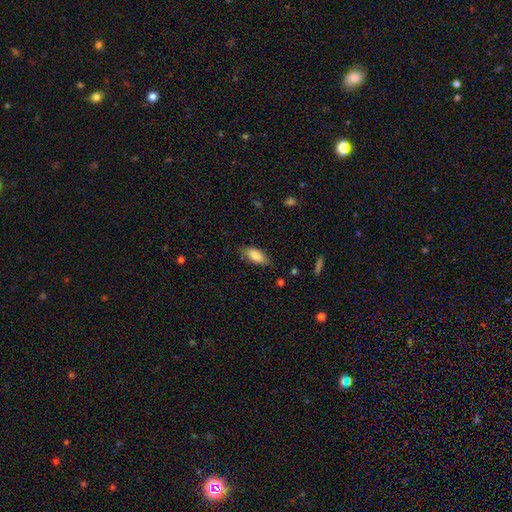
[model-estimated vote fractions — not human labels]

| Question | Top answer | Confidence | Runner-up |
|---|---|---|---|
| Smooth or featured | smooth | 82% | featured or disk (11%) |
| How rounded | in between | 81% | cigar-shaped (17%) |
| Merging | none | 79% | minor disturbance (17%) |